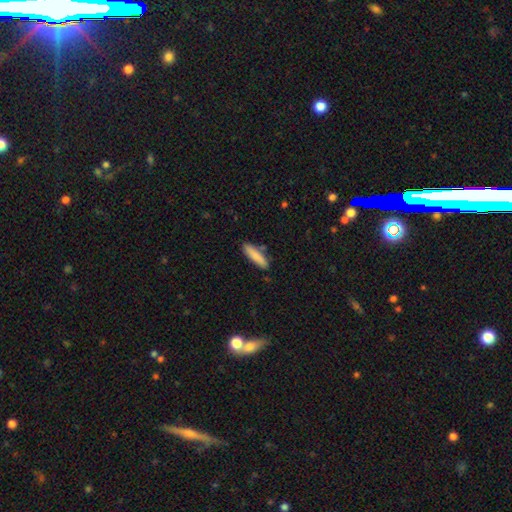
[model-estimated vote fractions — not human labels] Overall: smooth (84%). How rounded: cigar-shaped (73%). Merging: none (83%).